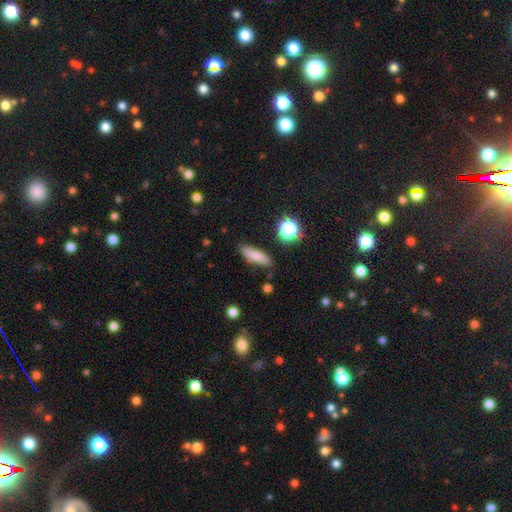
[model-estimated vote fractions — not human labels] smooth 74%, featured or disk 16%, star or artifact 9%. Down the decision tree: how rounded — cigar-shaped (52%); merging — none (83%).